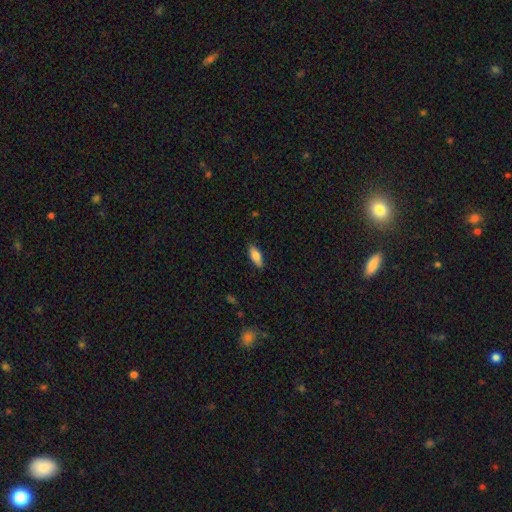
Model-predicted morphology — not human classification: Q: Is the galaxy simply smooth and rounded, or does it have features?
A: smooth — 82%.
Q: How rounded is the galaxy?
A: in between — 75%.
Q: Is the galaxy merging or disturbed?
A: none — 85%.